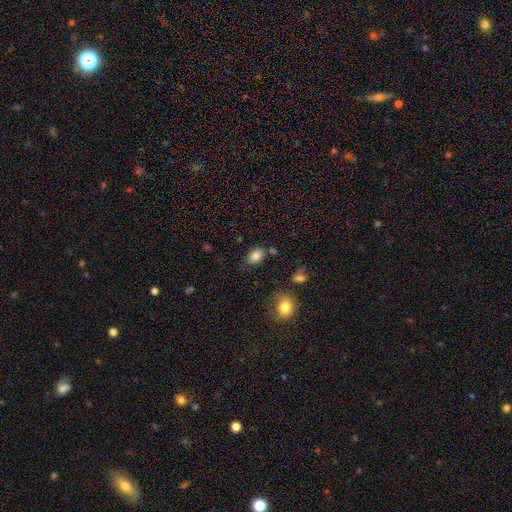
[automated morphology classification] A smooth galaxy with no disk features (84%) that is in between round and cigar-shaped (81%).

Vote fractions:
- Smooth or featured? smooth: 84% / star or artifact: 9% / featured or disk: 7%
- How rounded? in between: 81% / round: 18% / cigar-shaped: 1%
- Merging? none: 70% / minor disturbance: 18% / merger: 7% / major disturbance: 5%